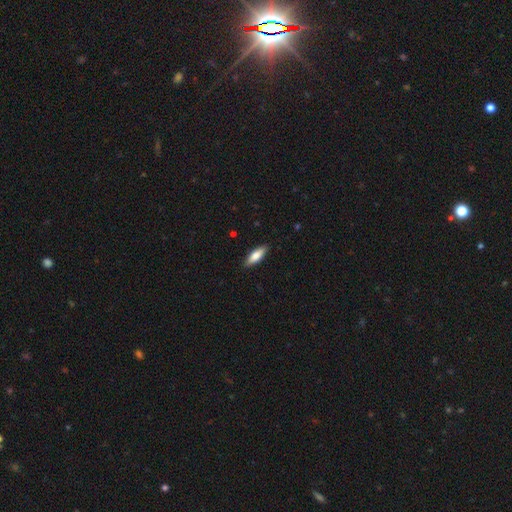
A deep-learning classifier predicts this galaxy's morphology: This is likely a smooth galaxy (74%). How rounded: possibly in between (54%). Merging: clearly none (89%).